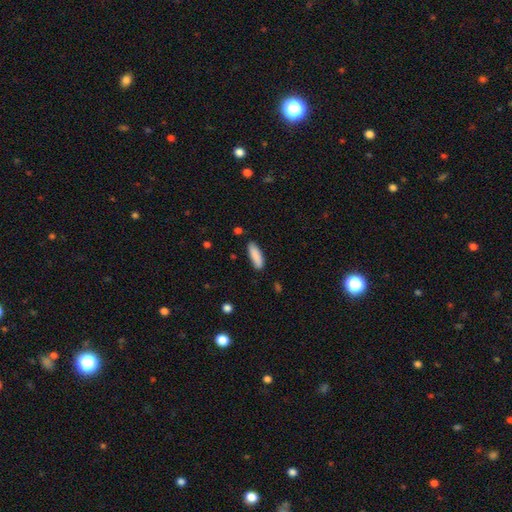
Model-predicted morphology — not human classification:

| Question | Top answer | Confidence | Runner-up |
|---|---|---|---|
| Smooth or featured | smooth | 88% | star or artifact (6%) |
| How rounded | in between | 51% | cigar-shaped (48%) |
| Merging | none | 85% | minor disturbance (11%) |